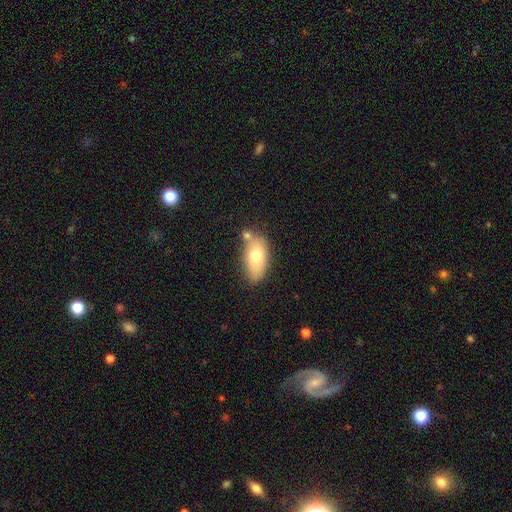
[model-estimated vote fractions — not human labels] Smooth or featured?
  - smooth: 72% *
  - featured or disk: 21%
  - star or artifact: 8%
How rounded?
  - in between: 91% *
  - round: 6%
  - cigar-shaped: 4%
Merging?
  - none: 59% *
  - minor disturbance: 19%
  - merger: 16%
  - major disturbance: 5%